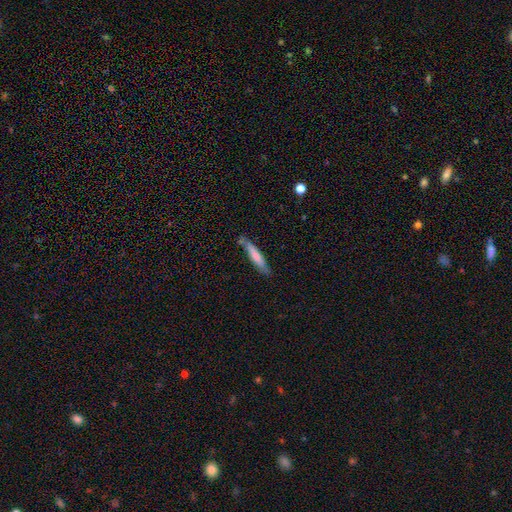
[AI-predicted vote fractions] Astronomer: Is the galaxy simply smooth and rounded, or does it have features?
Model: smooth — 67%.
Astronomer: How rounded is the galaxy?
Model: cigar-shaped — 90%.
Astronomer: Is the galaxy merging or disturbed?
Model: none — 74%.